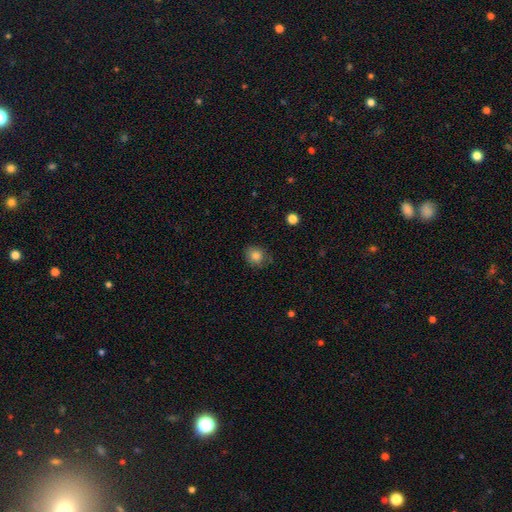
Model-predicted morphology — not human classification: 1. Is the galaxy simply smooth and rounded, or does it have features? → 82% smooth, 10% star or artifact, 8% featured or disk.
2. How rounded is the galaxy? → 70% round, 29% in between, 1% cigar-shaped.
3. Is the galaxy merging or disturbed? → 73% none, 21% minor disturbance, 5% major disturbance, 1% merger.